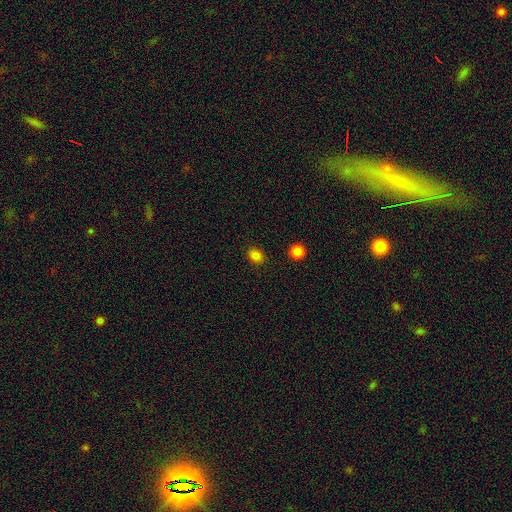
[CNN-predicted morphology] A smooth galaxy with no disk features (83%) that is round (56%).

Vote fractions:
- Smooth or featured? smooth: 83% / star or artifact: 13% / featured or disk: 4%
- How rounded? round: 56% / in between: 43% / cigar-shaped: 1%
- Merging? none: 89% / minor disturbance: 7% / major disturbance: 2% / merger: 2%